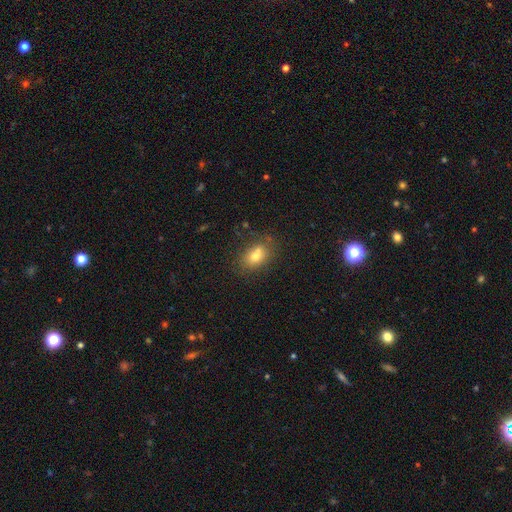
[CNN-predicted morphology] Overall: smooth (72%). How rounded: in between (74%). Merging: none (61%).